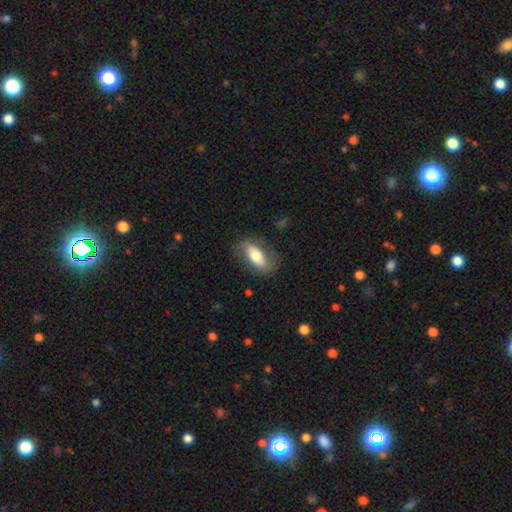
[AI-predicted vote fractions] Overall: smooth (57%; featured or disk 36%). How rounded: in between (81%). Merging: none (74%).